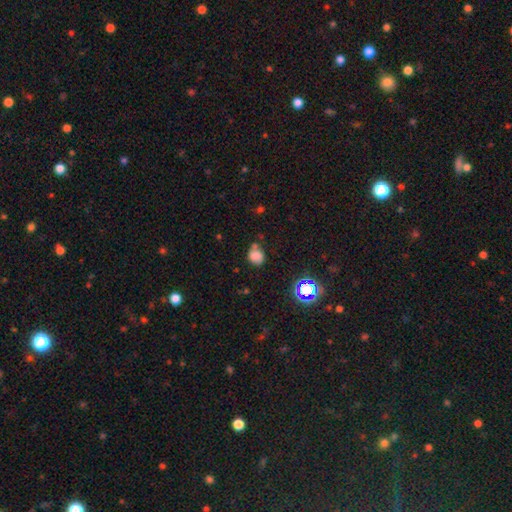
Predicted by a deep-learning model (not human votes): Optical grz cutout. It shows a smooth galaxy with no disk features (73%) that is round (66%). Merging: none (55%).